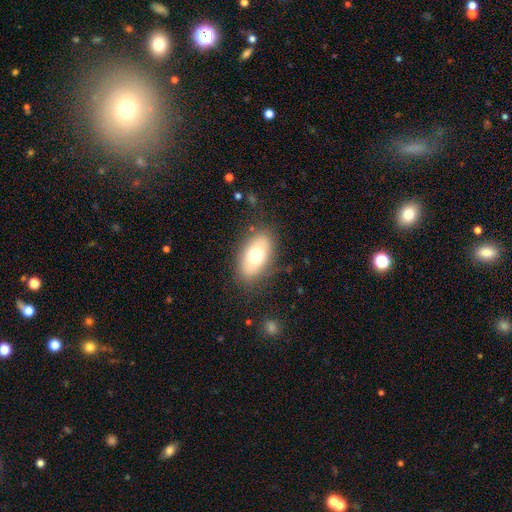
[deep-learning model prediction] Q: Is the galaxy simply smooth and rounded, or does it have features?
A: smooth — 69%.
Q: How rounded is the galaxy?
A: in between — 90%.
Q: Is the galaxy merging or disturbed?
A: none — 80%.